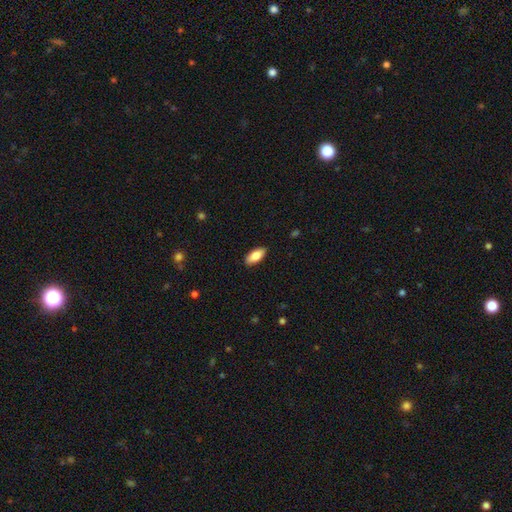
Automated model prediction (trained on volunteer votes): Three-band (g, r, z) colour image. It shows a smooth galaxy with no disk features (83%) that is in between round and cigar-shaped (87%). Merging: none (89%).